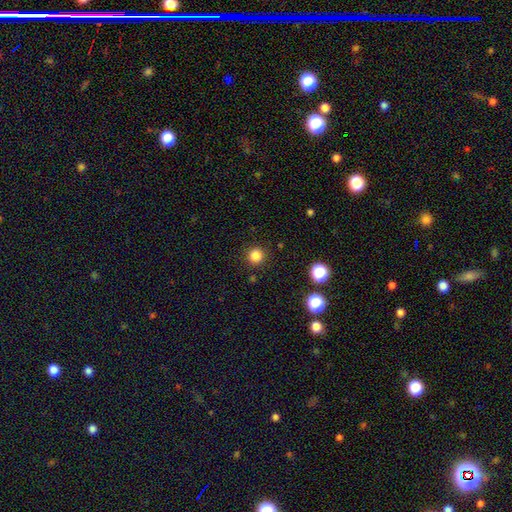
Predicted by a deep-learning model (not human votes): smooth_or_featured: smooth (p=0.84) [alt: star or artifact p=0.13]
how_rounded: round (p=0.95) [alt: in between p=0.05]
merging: none (p=0.91) [alt: minor disturbance p=0.05]